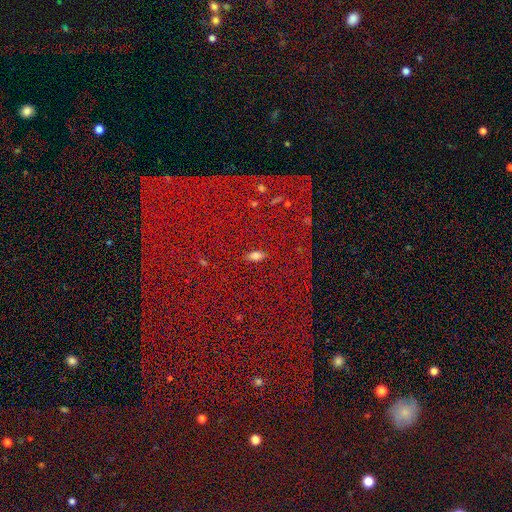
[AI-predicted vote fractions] Overall: smooth (66%). How rounded: in between (82%). Merging: none (87%).